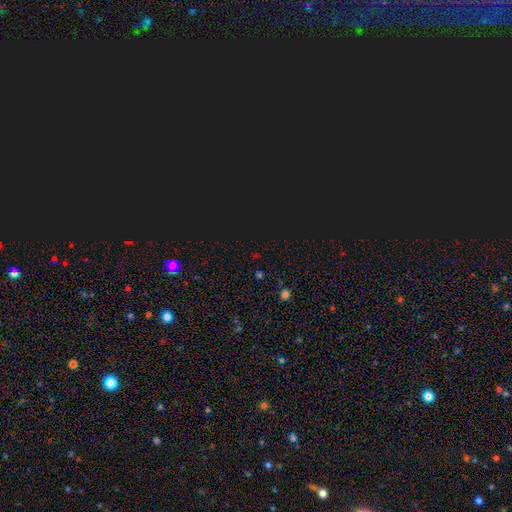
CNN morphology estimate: type=star or artifact (70%).